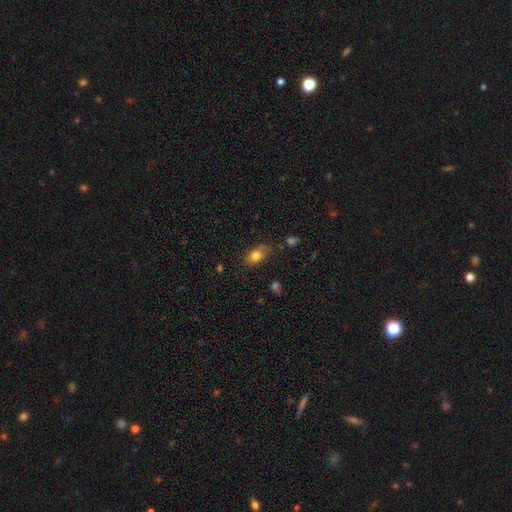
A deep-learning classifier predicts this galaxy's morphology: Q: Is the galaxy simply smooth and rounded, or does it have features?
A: smooth — 81%.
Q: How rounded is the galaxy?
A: in between — 78%.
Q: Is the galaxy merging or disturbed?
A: none — 68%.